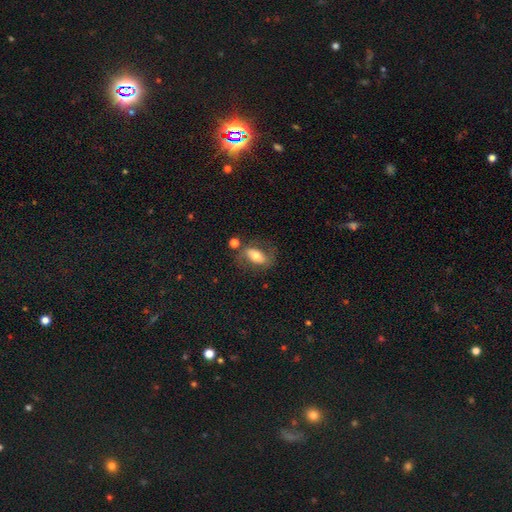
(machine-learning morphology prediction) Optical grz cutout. It shows a smooth galaxy with no disk features (53%) that is in between round and cigar-shaped (81%). Merging: none (61%).